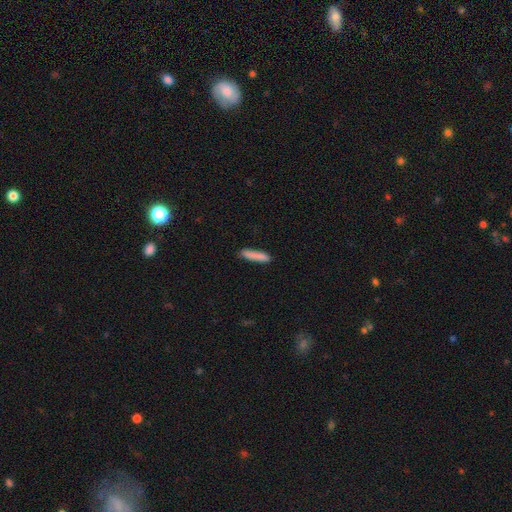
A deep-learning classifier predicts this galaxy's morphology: A smooth galaxy with no disk features (86%) that is cigar-shaped (88%). Merging: none (88%).